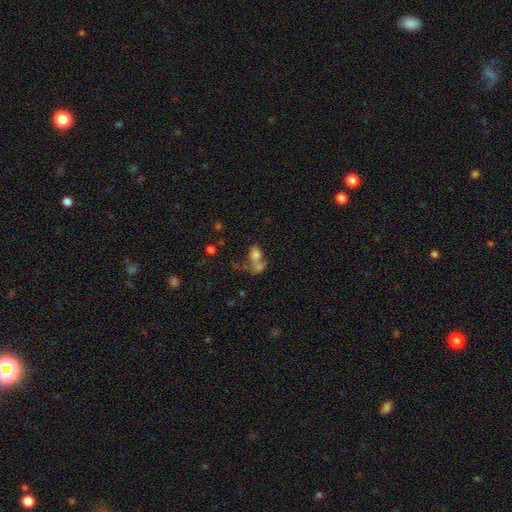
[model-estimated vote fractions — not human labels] This is likely a smooth galaxy (61%). How rounded: likely in between (64%). Merging: possibly merger (56%).